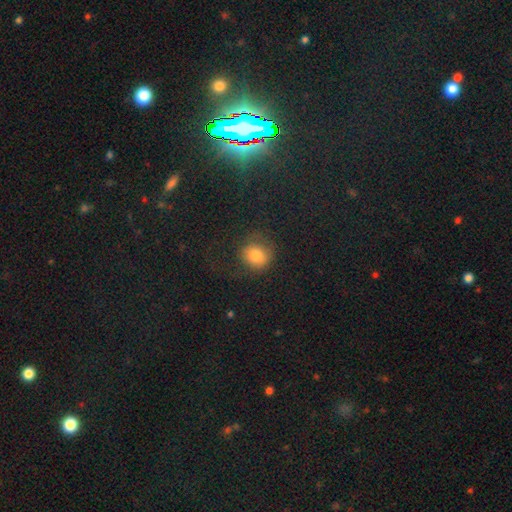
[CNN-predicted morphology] type=smooth (78%); roundness=round (82%); merging=none (64%).